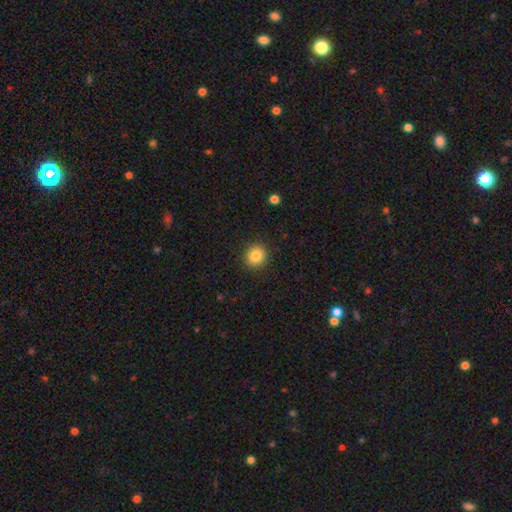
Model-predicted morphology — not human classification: A smooth galaxy with no disk features (85%) that is round (83%). Merging: none (90%).